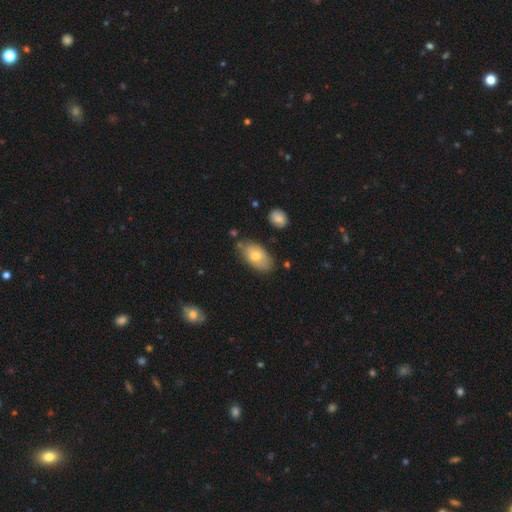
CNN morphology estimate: smooth_or_featured: smooth (p=0.70) [alt: featured or disk p=0.23]
how_rounded: in between (p=0.92) [alt: round p=0.05]
merging: none (p=0.68) [alt: minor disturbance p=0.23]